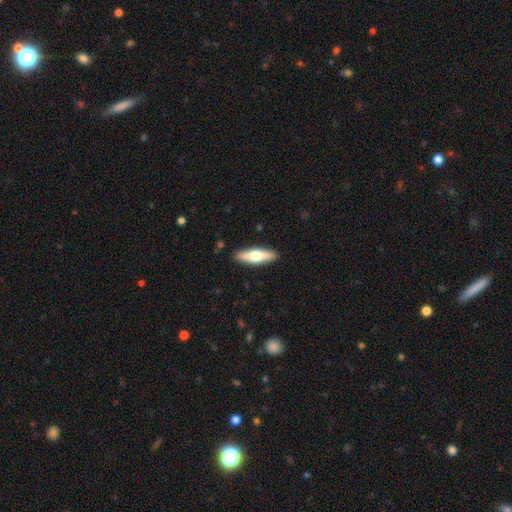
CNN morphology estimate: A smooth galaxy with no disk features (49%). Merging: none (90%).